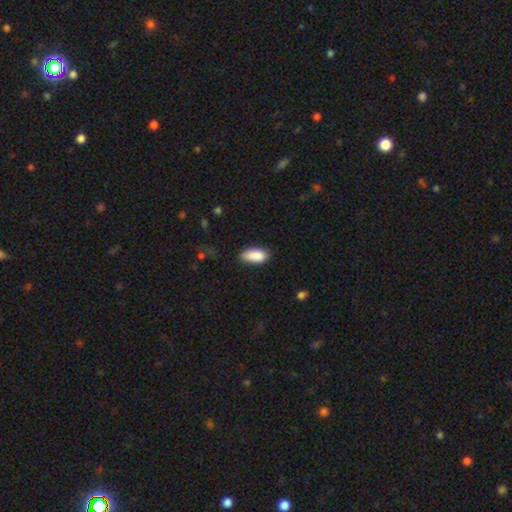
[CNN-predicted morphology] smooth_or_featured: smooth (p=0.90) [alt: star or artifact p=0.07]
how_rounded: in between (p=0.91) [alt: cigar-shaped p=0.07]
merging: none (p=0.79) [alt: minor disturbance p=0.17]